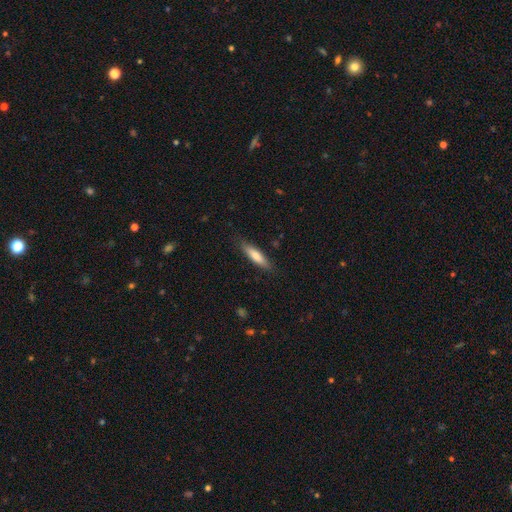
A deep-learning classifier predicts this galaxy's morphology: smooth_or_featured: smooth (p=0.73) [alt: featured or disk p=0.22]
how_rounded: cigar-shaped (p=0.72) [alt: in between p=0.26]
merging: none (p=0.84) [alt: minor disturbance p=0.12]